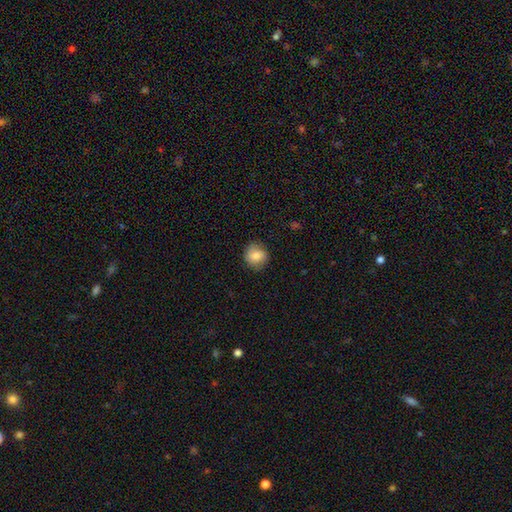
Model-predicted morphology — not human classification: Smooth or featured?
  - smooth: 81% *
  - featured or disk: 10%
  - star or artifact: 8%
How rounded?
  - round: 86% *
  - in between: 13%
  - cigar-shaped: 1%
Merging?
  - none: 84% *
  - minor disturbance: 12%
  - major disturbance: 3%
  - merger: 1%